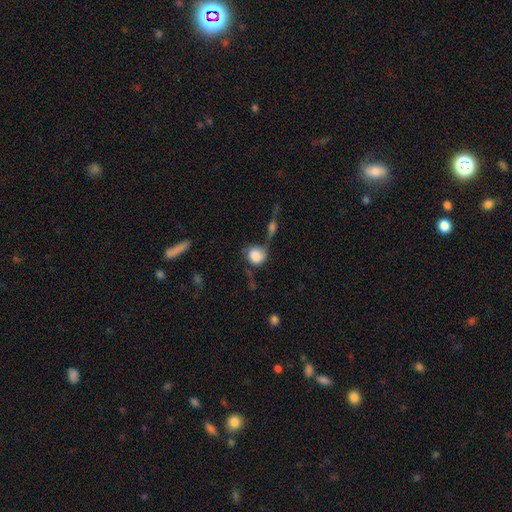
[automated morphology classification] Overall: smooth (72%). How rounded: round (79%). Merging: none (39%; minor disturbance 22%).